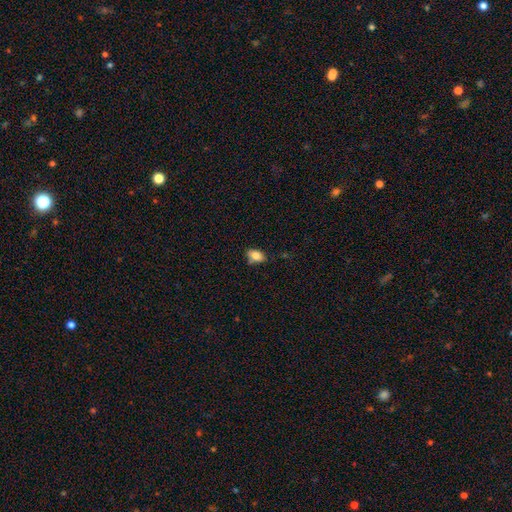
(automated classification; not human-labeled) A smooth galaxy with no disk features (82%) that is in between round and cigar-shaped (85%). Merging: none (68%).